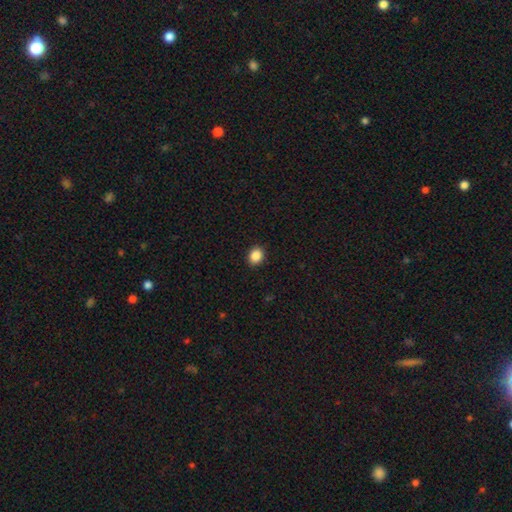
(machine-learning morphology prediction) A smooth galaxy with no disk features (88%) that is round (58%).

Vote fractions:
- Smooth or featured? smooth: 88% / star or artifact: 9% / featured or disk: 3%
- How rounded? round: 58% / in between: 41% / cigar-shaped: 1%
- Merging? none: 91% / minor disturbance: 6% / major disturbance: 2% / merger: 1%